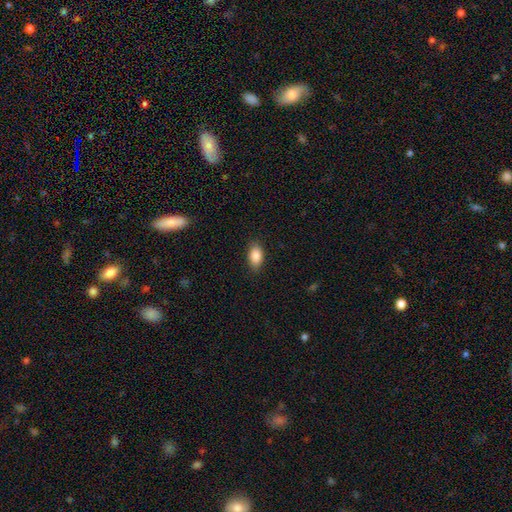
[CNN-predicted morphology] Smooth or featured?
  - smooth: 87% *
  - star or artifact: 7%
  - featured or disk: 5%
How rounded?
  - in between: 91% *
  - round: 5%
  - cigar-shaped: 4%
Merging?
  - none: 86% *
  - minor disturbance: 11%
  - major disturbance: 3%
  - merger: 1%